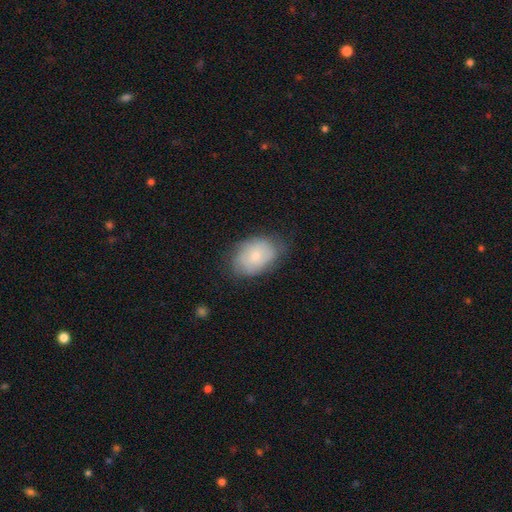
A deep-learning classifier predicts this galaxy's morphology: Smooth or featured? Predicted: smooth (p=0.62). How rounded? Predicted: in between (p=0.81). Merging? Predicted: none (p=0.68).